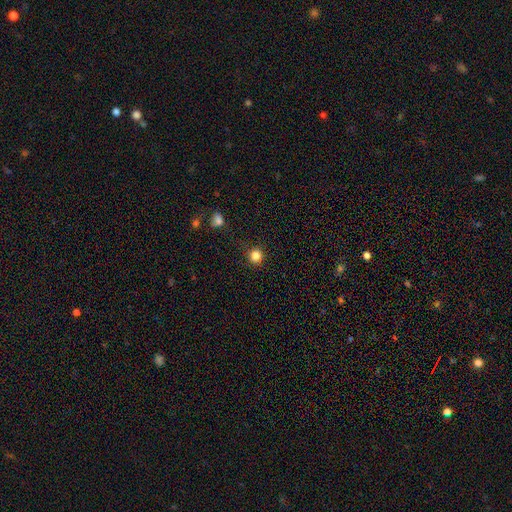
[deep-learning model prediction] smooth_or_featured: smooth (p=0.83) [alt: star or artifact p=0.13]
how_rounded: round (p=0.94) [alt: in between p=0.06]
merging: none (p=0.89) [alt: minor disturbance p=0.07]